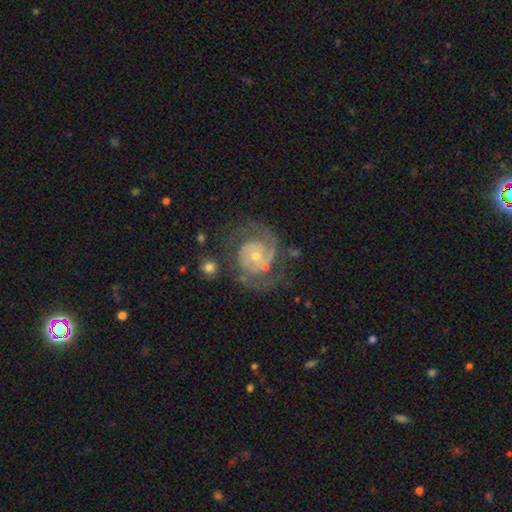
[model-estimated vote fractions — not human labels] featured or disk 88%, smooth 7%, star or artifact 5%. Down the decision tree: edge-on disk — no (98%); bar — no (71%); spiral arms — yes (96%); spiral arm count — 2 (74%); spiral winding — tight (54%); bulge size — small (68%); merging — none (65%).